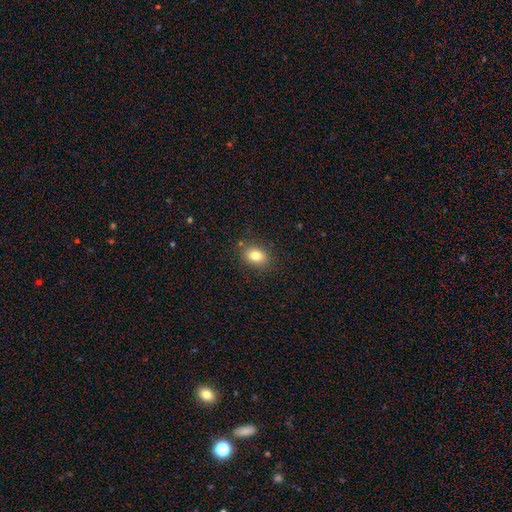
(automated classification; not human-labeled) Smooth or featured: smooth — 81% (star or artifact — 10%)
How rounded: in between — 70% (round — 29%)
Merging: none — 85% (minor disturbance — 11%)